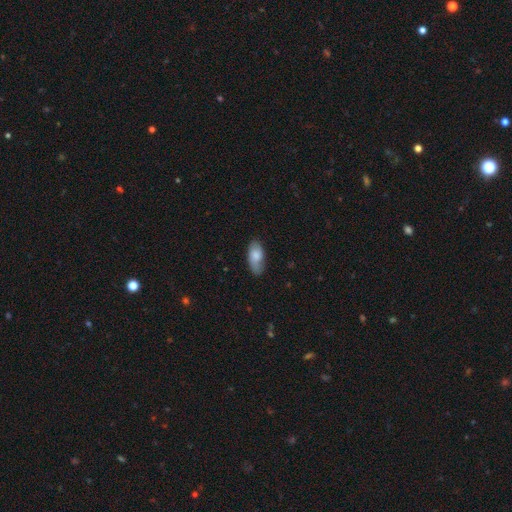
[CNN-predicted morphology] A smooth galaxy with no disk features (78%) that is in between round and cigar-shaped (88%). Merging: none (71%).